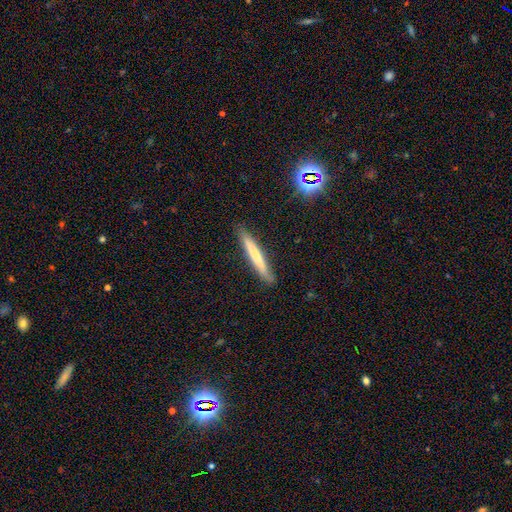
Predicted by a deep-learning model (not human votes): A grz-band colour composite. It shows a smooth galaxy with no disk features (65%) that is cigar-shaped (96%). Merging: none (88%).